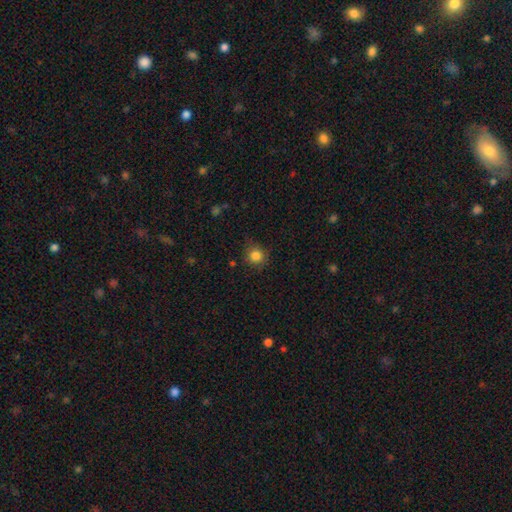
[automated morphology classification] type=smooth (84%); roundness=round (91%); merging=none (80%).